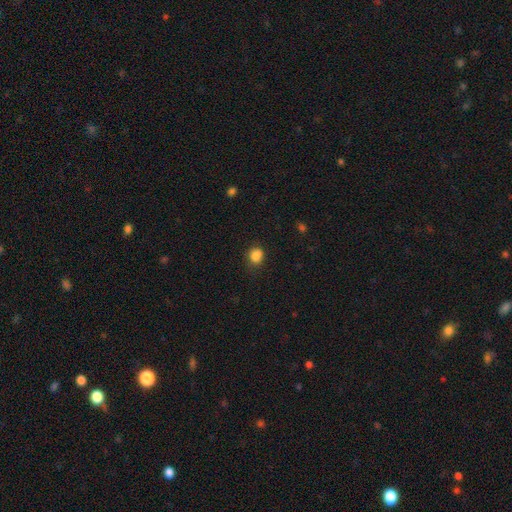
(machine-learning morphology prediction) Smooth or featured?
  - smooth: 85% *
  - star or artifact: 11%
  - featured or disk: 4%
How rounded?
  - round: 67% *
  - in between: 32%
  - cigar-shaped: 1%
Merging?
  - none: 70% *
  - minor disturbance: 22%
  - major disturbance: 5%
  - merger: 2%